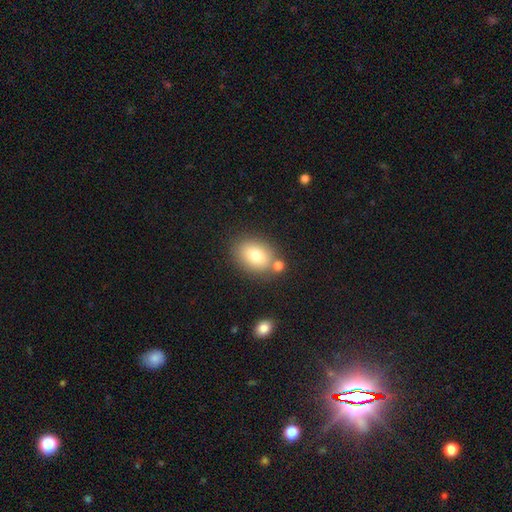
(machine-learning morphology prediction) Smooth or featured?
  - smooth: 77% *
  - featured or disk: 13%
  - star or artifact: 10%
How rounded?
  - in between: 67% *
  - round: 32%
  - cigar-shaped: 1%
Merging?
  - none: 70% *
  - merger: 14%
  - minor disturbance: 12%
  - major disturbance: 4%